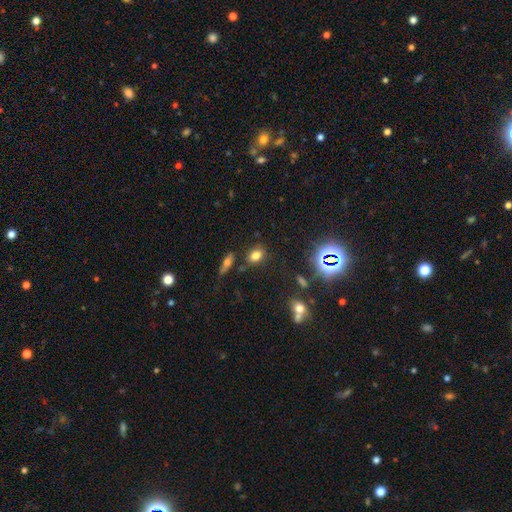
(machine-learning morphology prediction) Smooth or featured? smooth (74%)
How rounded? in between (68%)
Merging? none (77%)